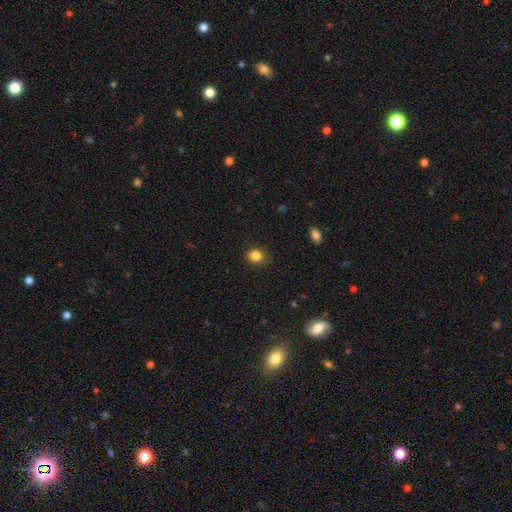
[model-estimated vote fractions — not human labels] This is clearly a smooth galaxy (85%). How rounded: likely round (74%). Merging: clearly none (87%).